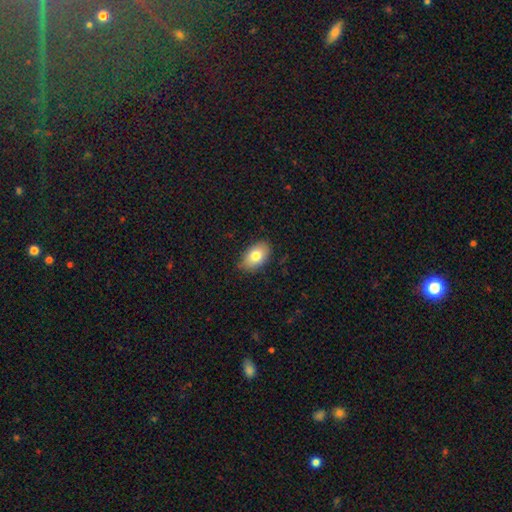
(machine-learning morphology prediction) A smooth galaxy with no disk features (78%) that is in between round and cigar-shaped (90%). Merging: none (83%).